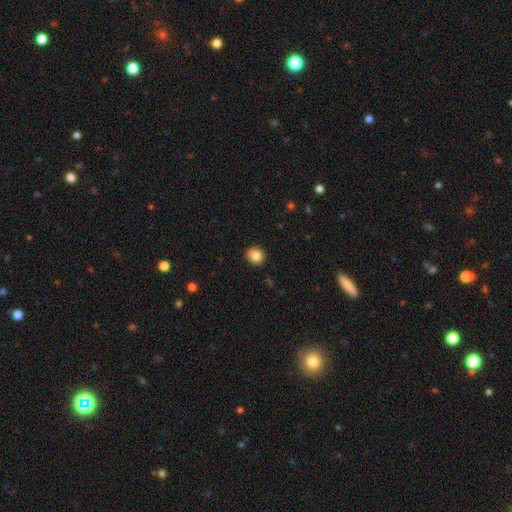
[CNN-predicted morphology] A smooth galaxy with no disk features (84%) that is round (81%). Merging: none (89%).